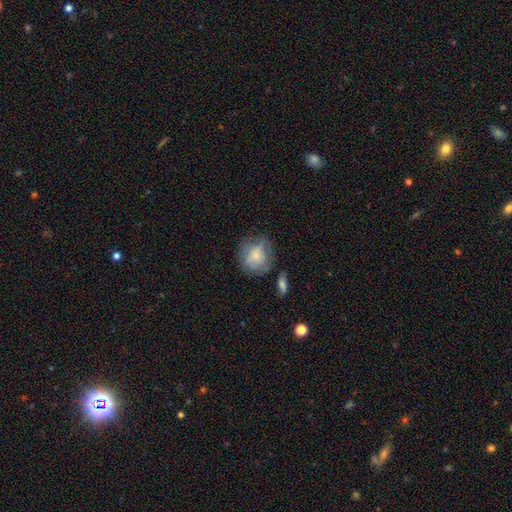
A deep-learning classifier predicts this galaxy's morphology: This is likely a smooth galaxy (66%). How rounded: likely round (75%). Merging: possibly none (53%).